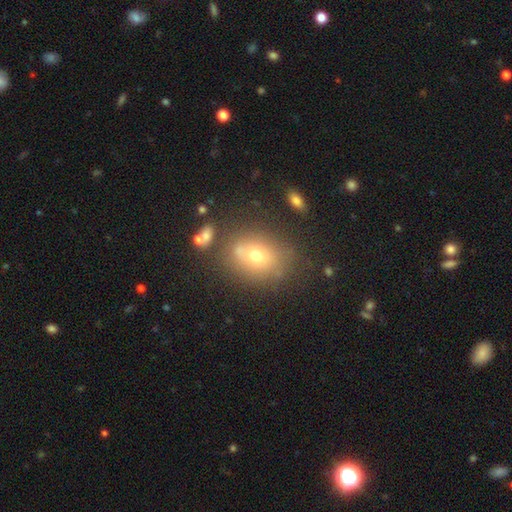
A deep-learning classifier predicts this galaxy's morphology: A smooth galaxy with no disk features (67%) that is in between round and cigar-shaped (56%). Merging: none (66%).